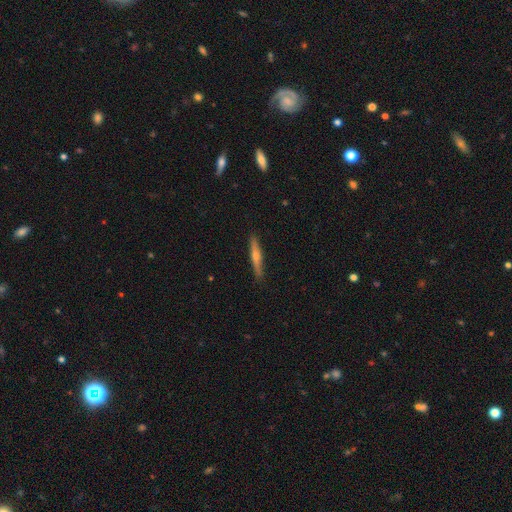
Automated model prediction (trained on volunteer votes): This is likely a featured or disk galaxy (61%). It is clearly viewed edge-on (97%). Edge-on bulge: clearly rounded (86%). Merging: clearly none (89%).